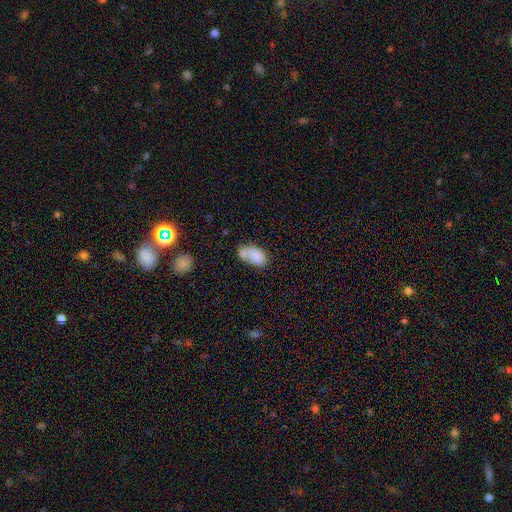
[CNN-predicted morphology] This is likely a smooth galaxy (72%). How rounded: clearly in between (89%). Merging: marginally merger (40%).